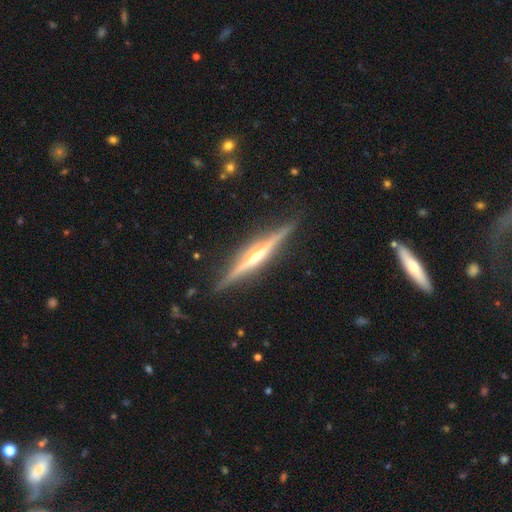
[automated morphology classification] Smooth or featured? Predicted: featured or disk (p=0.86). Edge-on disk? Predicted: yes (p=0.98). Edge-on bulge? Predicted: rounded (p=0.85). Merging? Predicted: none (p=0.90).